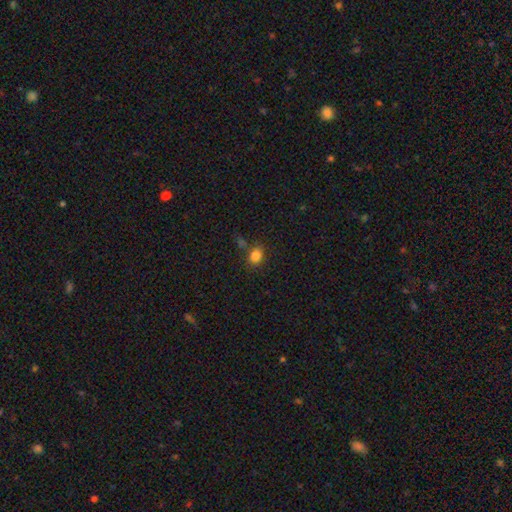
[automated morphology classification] A smooth galaxy with no disk features (83%) that is in between round and cigar-shaped (51%).

Vote fractions:
- Smooth or featured? smooth: 83% / star or artifact: 12% / featured or disk: 5%
- How rounded? in between: 51% / round: 48% / cigar-shaped: 1%
- Merging? none: 73% / minor disturbance: 13% / merger: 10% / major disturbance: 4%